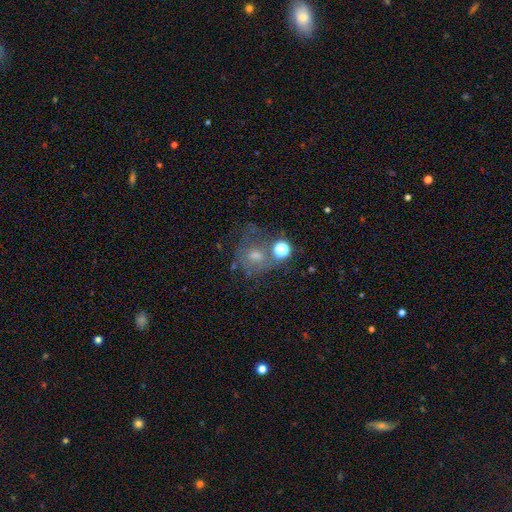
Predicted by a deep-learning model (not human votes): Smooth or featured: smooth — 37% (featured or disk — 36%)
Merging: none — 48% (major disturbance — 18%)